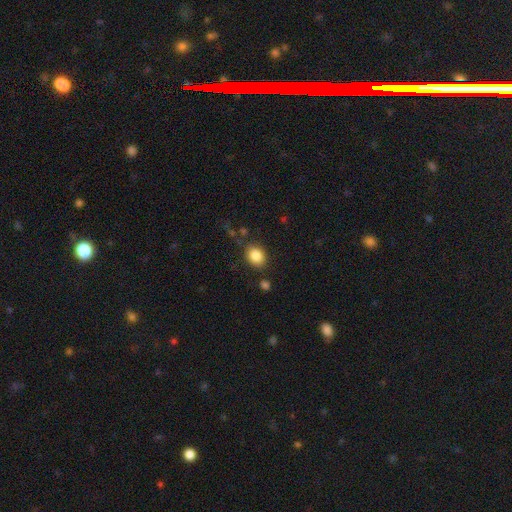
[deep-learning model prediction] smooth_or_featured: smooth (p=0.87) [alt: star or artifact p=0.09]
how_rounded: in between (p=0.53) [alt: round p=0.46]
merging: none (p=0.80) [alt: minor disturbance p=0.12]